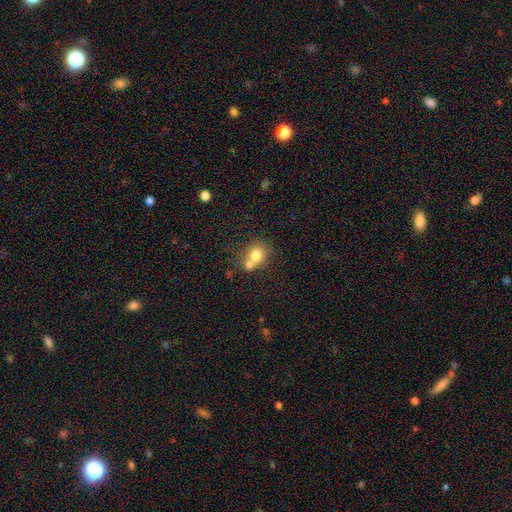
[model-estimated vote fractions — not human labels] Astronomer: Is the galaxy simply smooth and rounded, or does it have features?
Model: smooth — 74%.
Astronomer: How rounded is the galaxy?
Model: round — 73%.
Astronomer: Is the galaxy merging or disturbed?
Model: merger — 52% (runner-up: none, 37%).